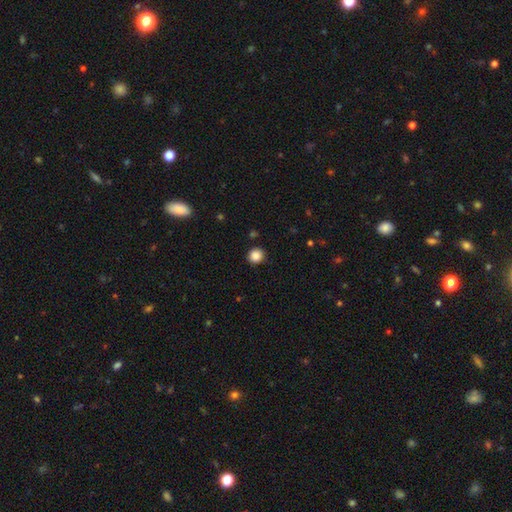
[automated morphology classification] Overall: smooth (86%). How rounded: round (91%). Merging: none (89%).